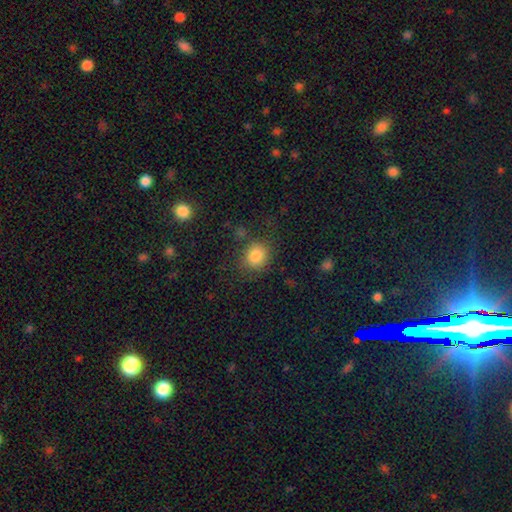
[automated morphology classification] Smooth or featured? smooth (83%)
How rounded? round (77%)
Merging? none (75%)